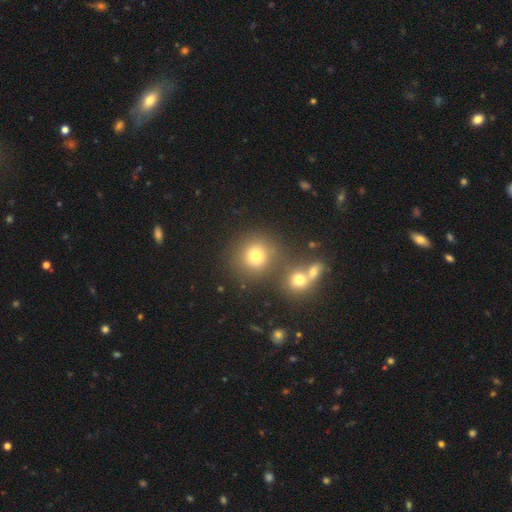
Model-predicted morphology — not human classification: Smooth or featured?
  - smooth: 74% *
  - star or artifact: 16%
  - featured or disk: 9%
How rounded?
  - round: 88% *
  - in between: 11%
  - cigar-shaped: 1%
Merging?
  - none: 66% *
  - merger: 21%
  - minor disturbance: 9%
  - major disturbance: 4%